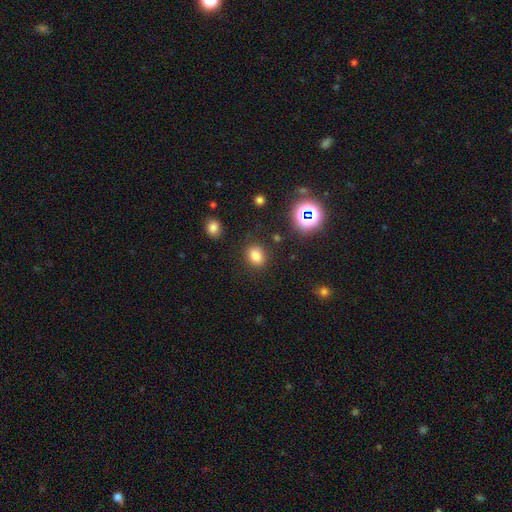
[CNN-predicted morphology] The model was most divided on "how rounded": in between: 53%, round: 46%, cigar-shaped: 1%. More confident: merging — none (83%); smooth or featured — smooth (78%).